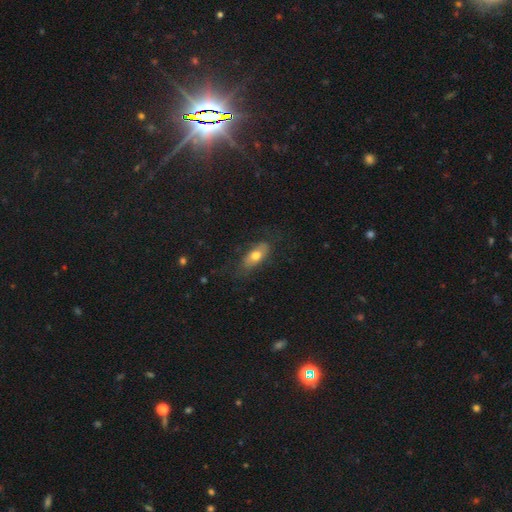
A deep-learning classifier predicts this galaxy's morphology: A smooth galaxy with no disk features (64%) that is in between round and cigar-shaped (77%). Merging: none (65%).